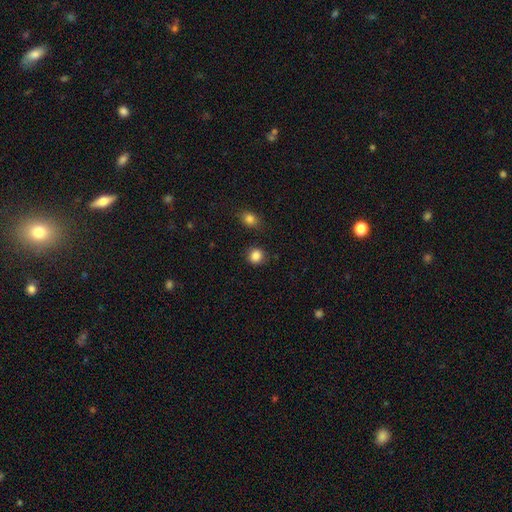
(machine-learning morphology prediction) Smooth or featured? Predicted: smooth (p=0.86). How rounded? Predicted: round (p=0.86). Merging? Predicted: none (p=0.86).